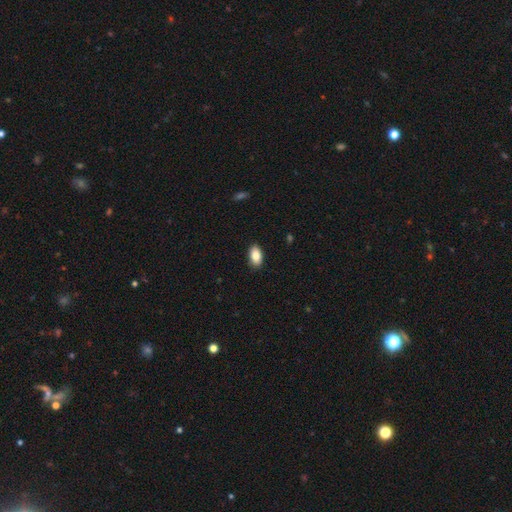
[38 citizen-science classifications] smooth_or_featured: smooth (p=0.87) [alt: star or artifact p=0.08]
how_rounded: in between (p=0.88) [alt: round p=0.09]
merging: none (p=0.91) [alt: minor disturbance p=0.06]